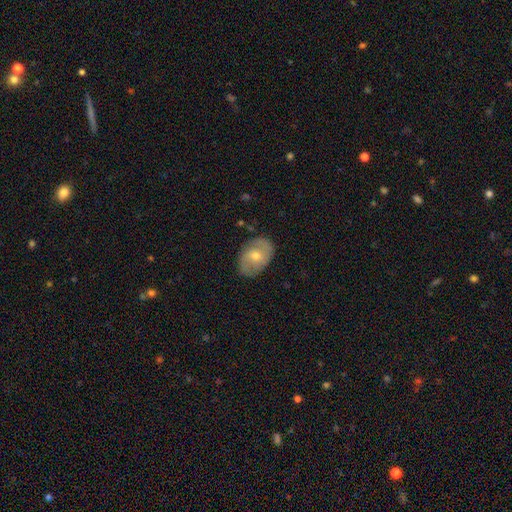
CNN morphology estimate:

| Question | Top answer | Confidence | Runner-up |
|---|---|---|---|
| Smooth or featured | featured or disk | 57% | smooth (35%) |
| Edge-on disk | no | 95% | yes (5%) |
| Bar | no | 57% | weak (35%) |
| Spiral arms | yes | 75% | no (25%) |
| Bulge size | moderate | 59% | small (37%) |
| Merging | none | 79% | minor disturbance (16%) |